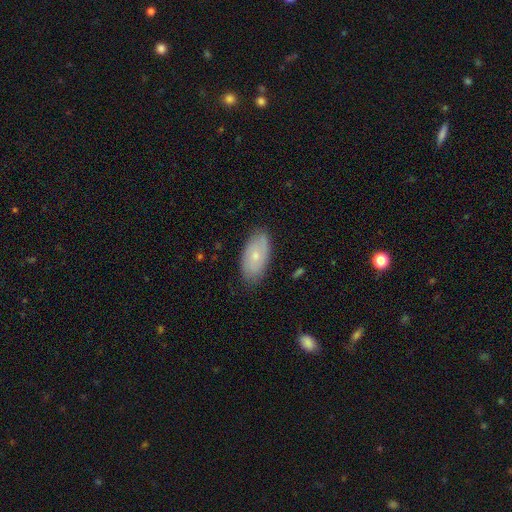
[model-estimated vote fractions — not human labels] smooth-or-featured: smooth: 63% | featured or disk: 31% | star or artifact: 6%
  how-rounded: in between: 93% | round: 3% | cigar-shaped: 3%
  merging: none: 79% | minor disturbance: 17% | major disturbance: 3% | merger: 1%